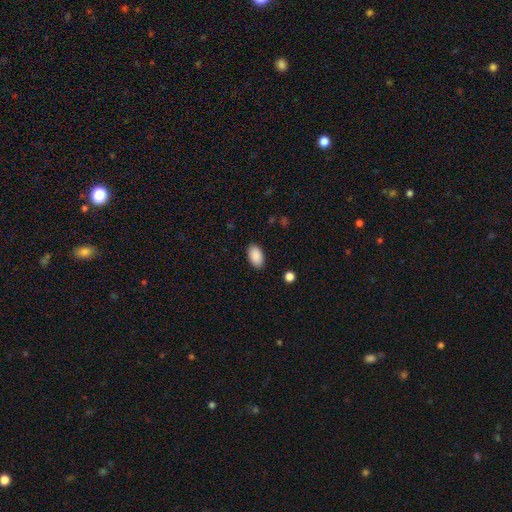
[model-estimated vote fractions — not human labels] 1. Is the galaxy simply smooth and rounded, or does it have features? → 90% smooth, 7% star or artifact, 3% featured or disk.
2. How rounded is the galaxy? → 94% in between, 4% round, 1% cigar-shaped.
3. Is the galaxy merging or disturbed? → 88% none, 8% minor disturbance, 2% major disturbance, 1% merger.